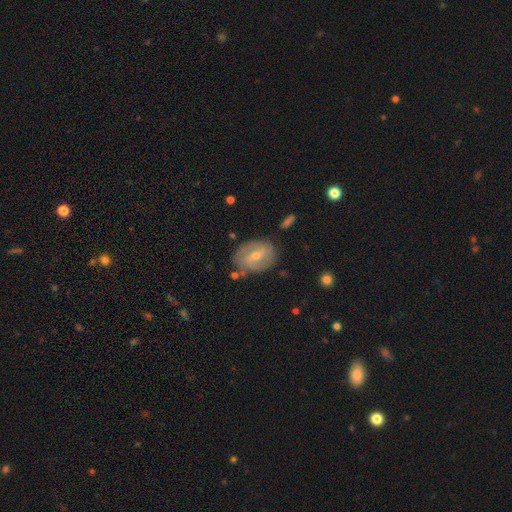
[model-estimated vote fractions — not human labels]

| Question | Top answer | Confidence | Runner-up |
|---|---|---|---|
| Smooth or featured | featured or disk | 72% | smooth (20%) |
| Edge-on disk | no | 96% | yes (4%) |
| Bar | weak | 52% | strong (27%) |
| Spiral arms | yes | 82% | no (18%) |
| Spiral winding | tight | 45% | medium (38%) |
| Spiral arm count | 2 | 70% | can't tell (19%) |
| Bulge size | moderate | 49% | small (47%) |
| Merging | none | 77% | minor disturbance (16%) |